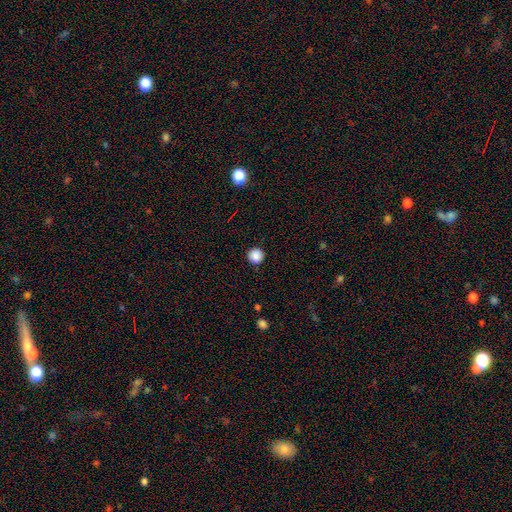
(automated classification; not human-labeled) Smooth or featured? Predicted: smooth (p=0.87). How rounded? Predicted: round (p=0.96). Merging? Predicted: none (p=0.92).